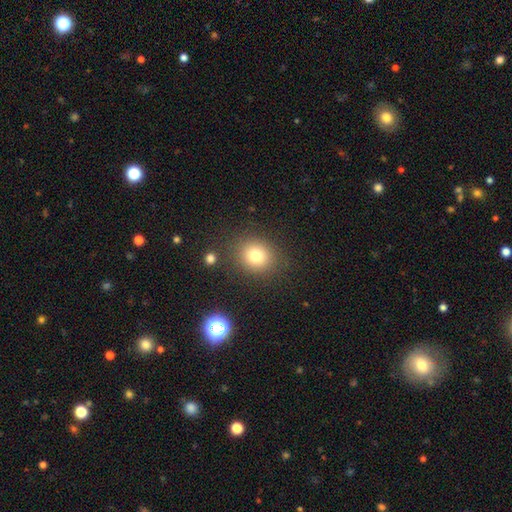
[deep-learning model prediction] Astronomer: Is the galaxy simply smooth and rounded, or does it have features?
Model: smooth — 78%.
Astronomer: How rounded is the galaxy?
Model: round — 76%.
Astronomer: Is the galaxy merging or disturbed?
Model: none — 85%.